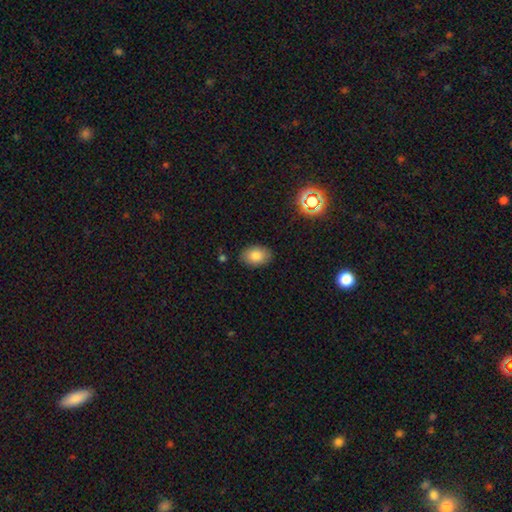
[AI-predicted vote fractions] Morphology: type=smooth (82%); roundness=in between (83%); merging=none (86%).